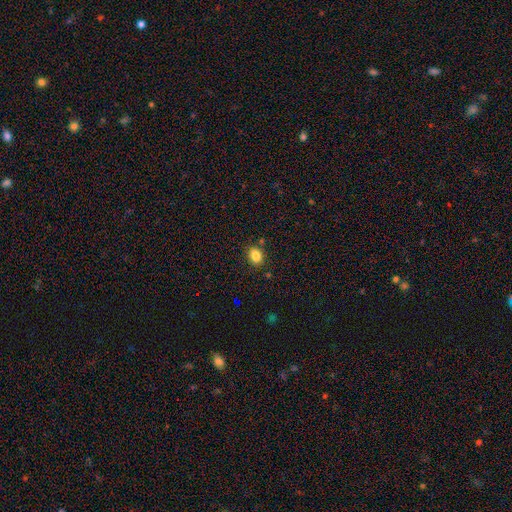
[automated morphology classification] Q: Smooth or featured?
A: smooth (84%); runner-up: star or artifact (11%)
Q: How rounded?
A: in between (66%); runner-up: round (32%)
Q: Merging?
A: none (84%); runner-up: minor disturbance (10%)